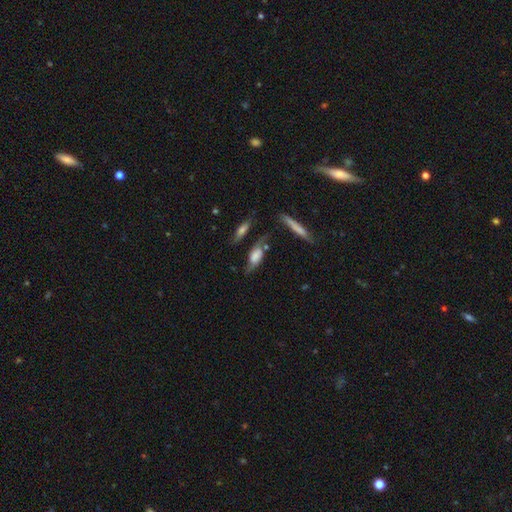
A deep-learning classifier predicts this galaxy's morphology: This is possibly a featured or disk galaxy (51%). It is likely not viewed edge-on (62%). Merging: possibly none (48%).